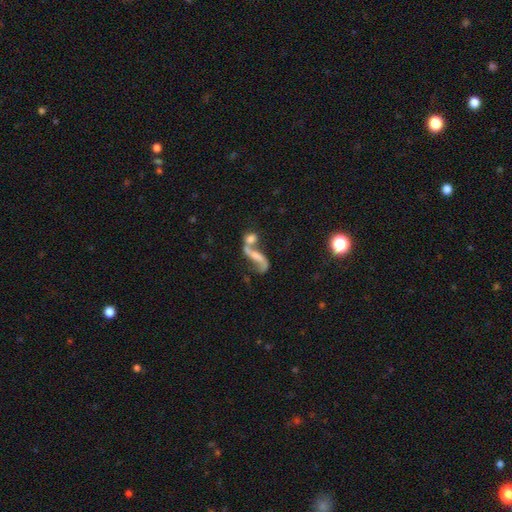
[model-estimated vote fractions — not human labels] Smooth or featured?
  - featured or disk: 65% *
  - smooth: 22%
  - star or artifact: 13%
Edge-on disk?
  - no: 89% *
  - yes: 11%
Bar?
  - no: 47% *
  - weak: 30%
  - strong: 23%
Spiral arms?
  - yes: 77% *
  - no: 23%
Bulge size?
  - small: 36% *
  - none: 34%
  - moderate: 23%
  - large: 5%
  - dominant: 2%
Merging?
  - merger: 50% *
  - none: 26%
  - major disturbance: 14%
  - minor disturbance: 10%